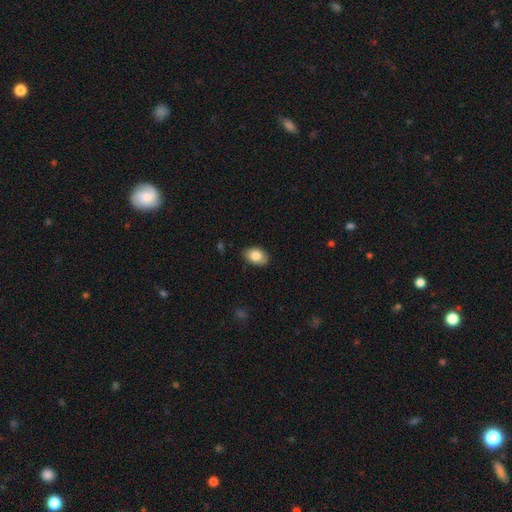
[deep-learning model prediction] This appears to be a smooth galaxy with no disk features (82%) that is in between round and cigar-shaped (87%). Merging: none (85%).